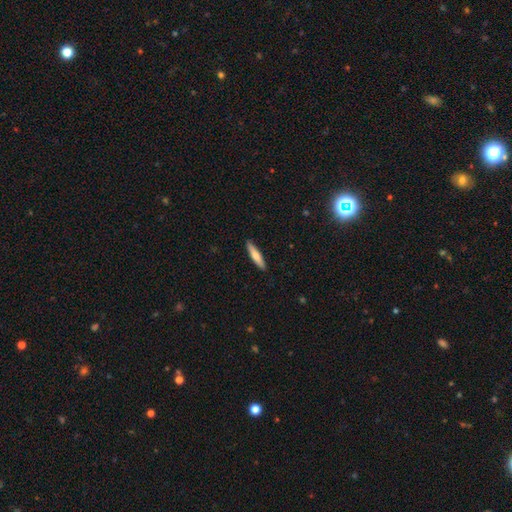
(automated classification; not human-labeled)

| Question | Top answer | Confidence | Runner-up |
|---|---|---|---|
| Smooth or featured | smooth | 66% | featured or disk (29%) |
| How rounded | cigar-shaped | 84% | in between (15%) |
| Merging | none | 91% | minor disturbance (7%) |